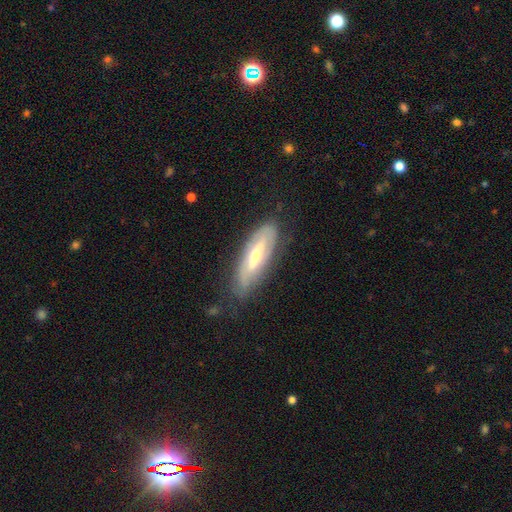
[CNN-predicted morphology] The model was most divided on "edge-on disk": no: 68%, yes: 32%. More confident: merging — none (76%); smooth or featured — featured or disk (67%).